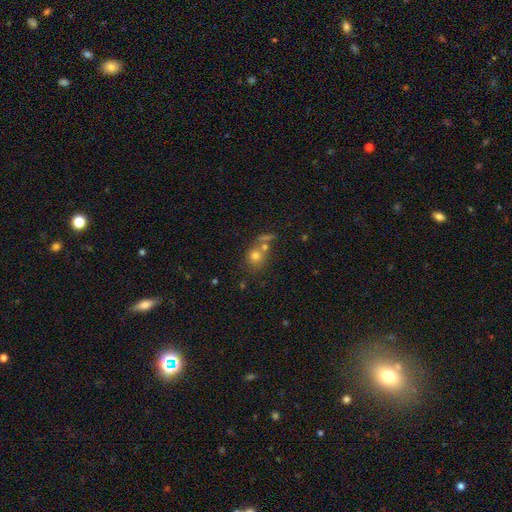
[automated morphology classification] Smooth or featured: smooth — 70% (featured or disk — 15%)
How rounded: round — 78% (in between — 21%)
Merging: none — 49% (merger — 34%)